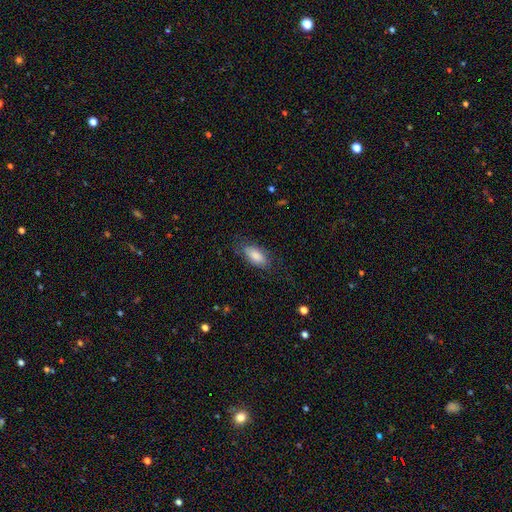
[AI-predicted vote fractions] smooth 79%, featured or disk 15%, star or artifact 6%. Down the decision tree: how rounded — in between (88%); merging — none (71%).